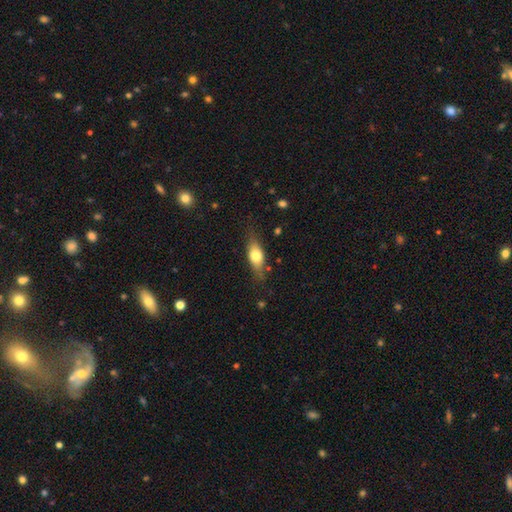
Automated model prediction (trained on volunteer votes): smooth-or-featured: smooth: 65% | featured or disk: 28% | star or artifact: 7%
  how-rounded: in between: 72% | cigar-shaped: 22% | round: 6%
  merging: none: 74% | minor disturbance: 19% | major disturbance: 5% | merger: 2%